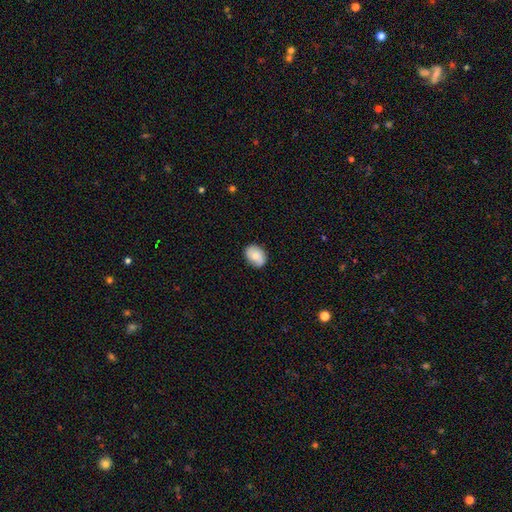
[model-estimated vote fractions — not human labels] Morphology: type=smooth (71%); roundness=in between (64%); merging=none (78%).